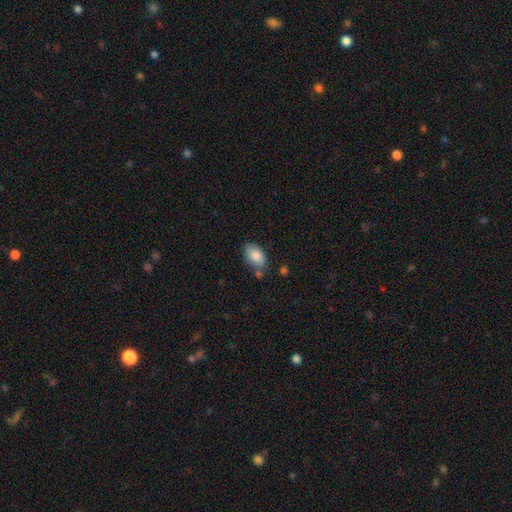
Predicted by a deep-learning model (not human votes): Q: Smooth or featured?
A: smooth (86%); runner-up: featured or disk (8%)
Q: How rounded?
A: in between (92%); runner-up: round (6%)
Q: Merging?
A: none (67%); runner-up: minor disturbance (21%)